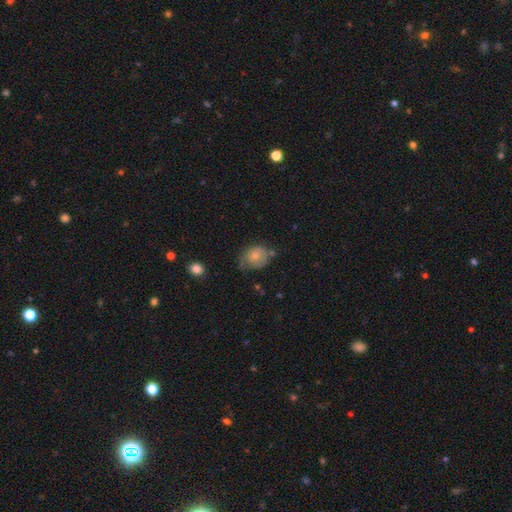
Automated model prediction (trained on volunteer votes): smooth 67%, featured or disk 25%, star or artifact 8%. Down the decision tree: how rounded — round (53%); merging — none (44%).